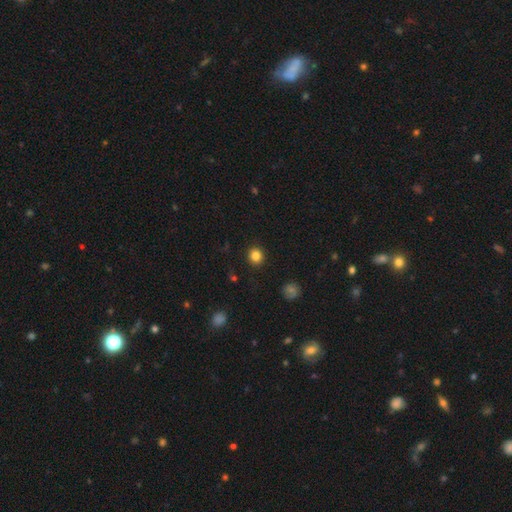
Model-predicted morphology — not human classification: This is clearly a smooth galaxy (84%). How rounded: clearly round (89%). Merging: clearly none (92%).